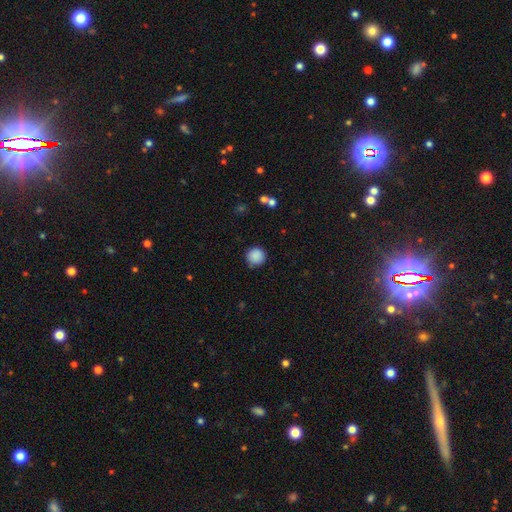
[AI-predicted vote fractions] Q: Smooth or featured?
A: smooth (88%); runner-up: star or artifact (9%)
Q: How rounded?
A: round (95%); runner-up: in between (4%)
Q: Merging?
A: none (85%); runner-up: minor disturbance (11%)